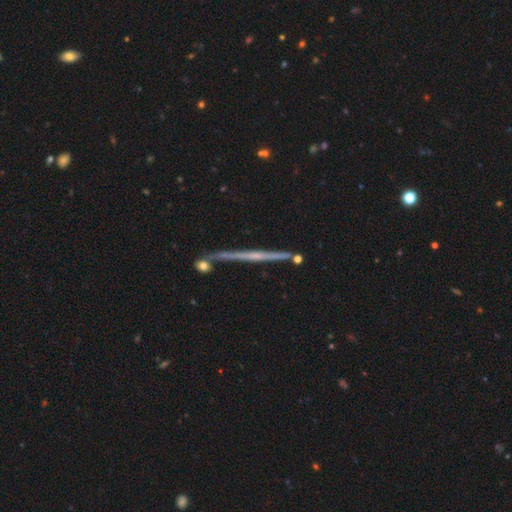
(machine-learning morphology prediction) Overall: featured or disk (73%). Edge-on disk: yes (97%). Edge-on bulge: none (53%; rounded 38%). Merging: none (82%).